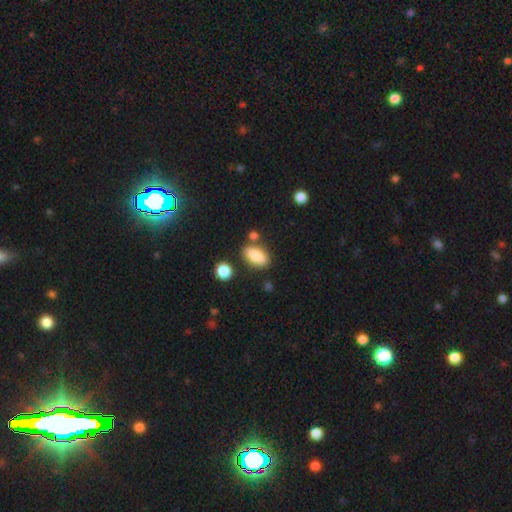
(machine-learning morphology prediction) A smooth galaxy with no disk features (87%) that is in between round and cigar-shaped (89%). Merging: none (73%).